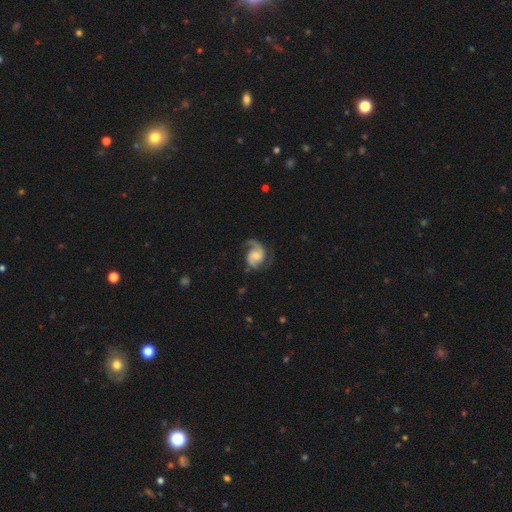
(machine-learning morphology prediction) Smooth or featured? Predicted: featured or disk (p=0.86). Edge-on disk? Predicted: no (p=0.98). Bar? Predicted: no (p=0.55). Spiral arms? Predicted: yes (p=0.97). Spiral winding? Predicted: medium (p=0.52). Spiral arm count? Predicted: 2 (p=0.83). Bulge size? Predicted: small (p=0.38). Merging? Predicted: none (p=0.67).